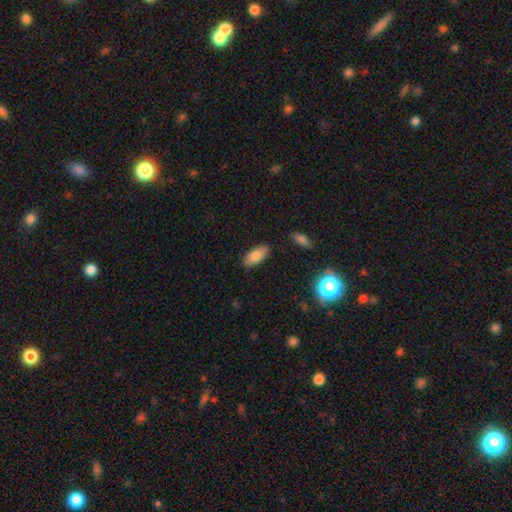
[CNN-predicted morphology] Q: Smooth or featured?
A: smooth (80%); runner-up: featured or disk (13%)
Q: How rounded?
A: in between (89%); runner-up: cigar-shaped (9%)
Q: Merging?
A: none (85%); runner-up: minor disturbance (10%)